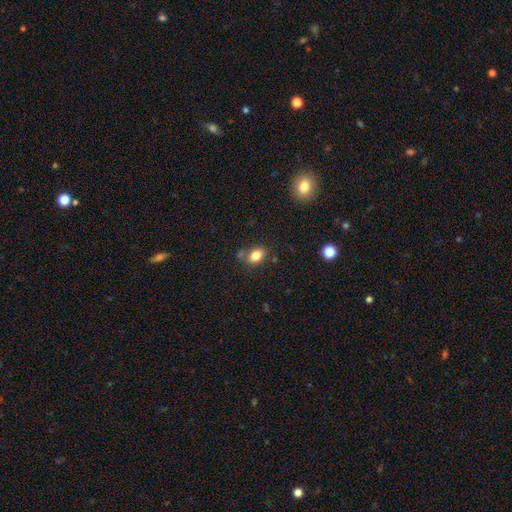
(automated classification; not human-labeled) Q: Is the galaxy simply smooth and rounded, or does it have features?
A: smooth — 82%.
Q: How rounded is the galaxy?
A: in between — 79%.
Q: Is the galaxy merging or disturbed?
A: none — 69%.